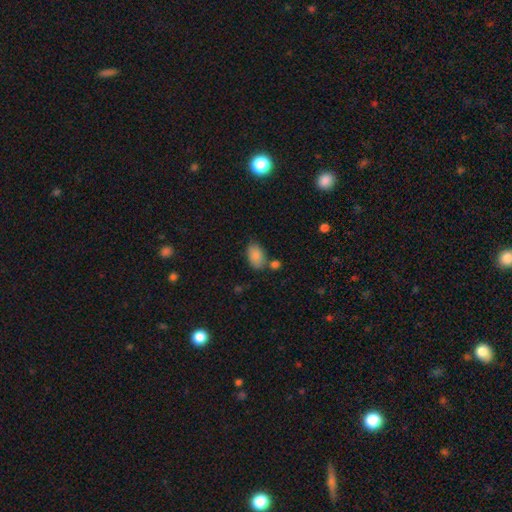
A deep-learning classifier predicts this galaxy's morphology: A smooth galaxy with no disk features (87%) that is in between round and cigar-shaped (91%).

Vote fractions:
- Smooth or featured? smooth: 87% / star or artifact: 7% / featured or disk: 6%
- How rounded? in between: 91% / round: 8% / cigar-shaped: 1%
- Merging? none: 65% / minor disturbance: 18% / merger: 13% / major disturbance: 5%